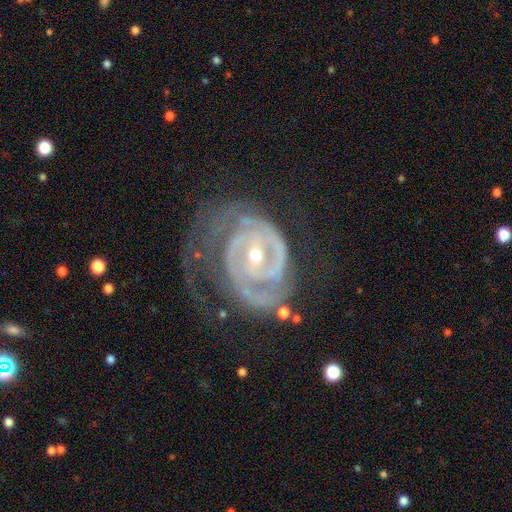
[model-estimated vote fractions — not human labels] The model was most divided on "bar": weak: 41%, no: 37%, strong: 22%. Remaining: edge-on disk — no (97%); spiral arms — yes (96%); smooth or featured — featured or disk (91%); spiral winding — tight (60%); bulge size — small (56%); spiral arm count — 2 (52%); merging — none (46%).